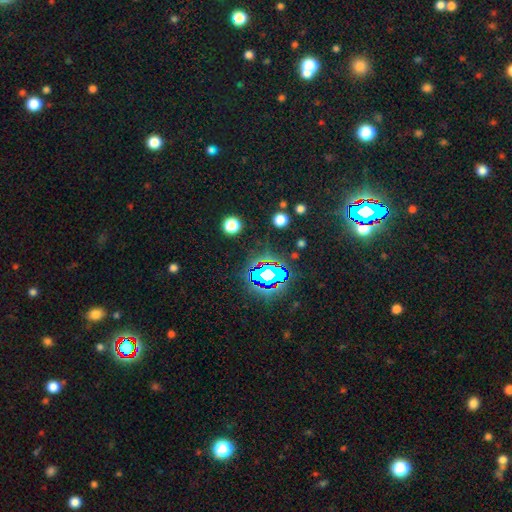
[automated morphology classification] Smooth or featured?
  - star or artifact: 82% *
  - smooth: 11%
  - featured or disk: 7%